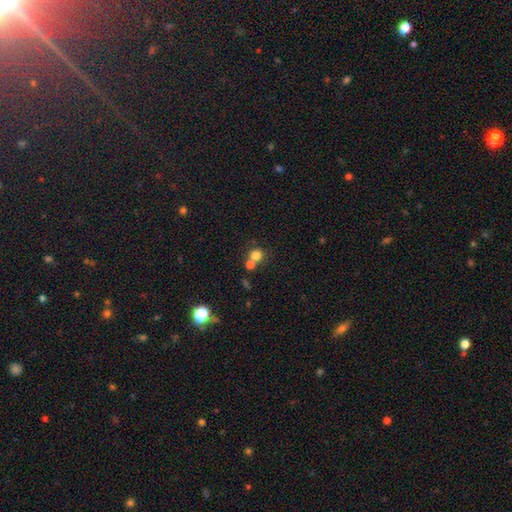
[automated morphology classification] The model was most divided on "merging": none: 52%, merger: 37%, minor disturbance: 7%, major disturbance: 4%. More confident: how rounded — round (88%); smooth or featured — smooth (78%).